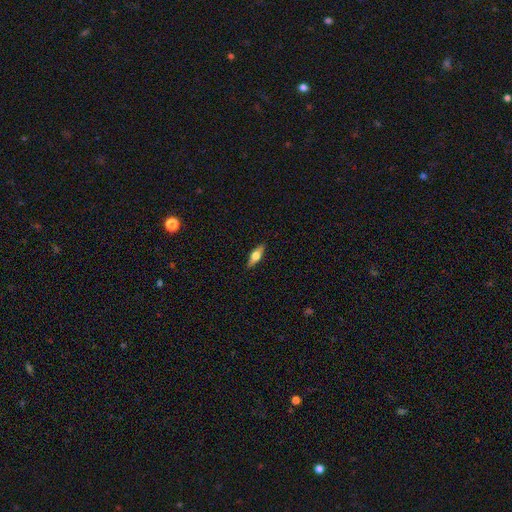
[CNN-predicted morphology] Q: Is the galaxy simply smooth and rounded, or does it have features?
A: smooth — 50%.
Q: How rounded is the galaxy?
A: in between — 54%.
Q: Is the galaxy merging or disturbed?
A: none — 88%.